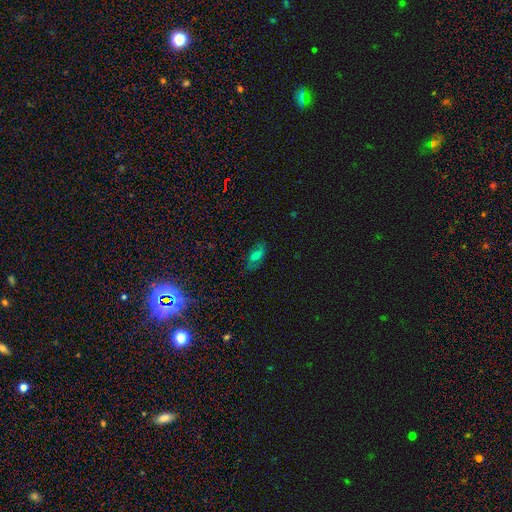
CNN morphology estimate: Smooth or featured?
  - smooth: 52% *
  - featured or disk: 31%
  - star or artifact: 17%
How rounded?
  - in between: 85% *
  - cigar-shaped: 10%
  - round: 5%
Merging?
  - none: 74% *
  - minor disturbance: 18%
  - major disturbance: 6%
  - merger: 2%